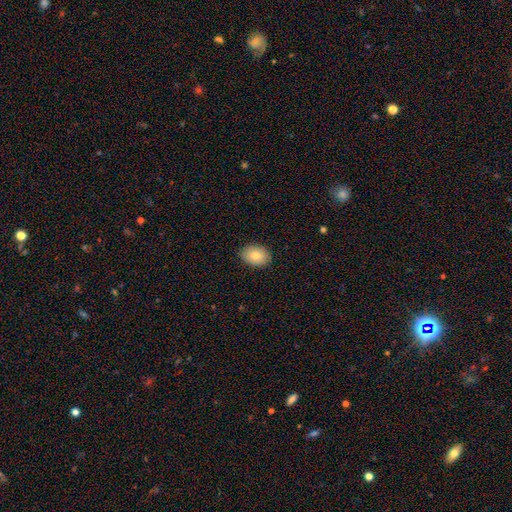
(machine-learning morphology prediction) Smooth or featured: smooth — 85% (featured or disk — 8%)
How rounded: in between — 76% (round — 23%)
Merging: none — 89% (minor disturbance — 9%)